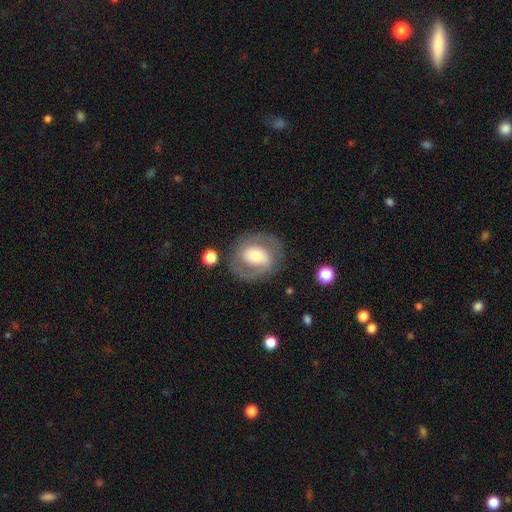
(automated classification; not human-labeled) Smooth or featured?
  - featured or disk: 60% *
  - smooth: 32%
  - star or artifact: 7%
Edge-on disk?
  - no: 96% *
  - yes: 4%
Bar?
  - no: 43% *
  - weak: 33%
  - strong: 24%
Spiral arms?
  - yes: 63% *
  - no: 37%
Bulge size?
  - moderate: 53% *
  - small: 22%
  - large: 20%
  - dominant: 3%
  - none: 2%
Merging?
  - none: 77% *
  - minor disturbance: 13%
  - major disturbance: 8%
  - merger: 2%